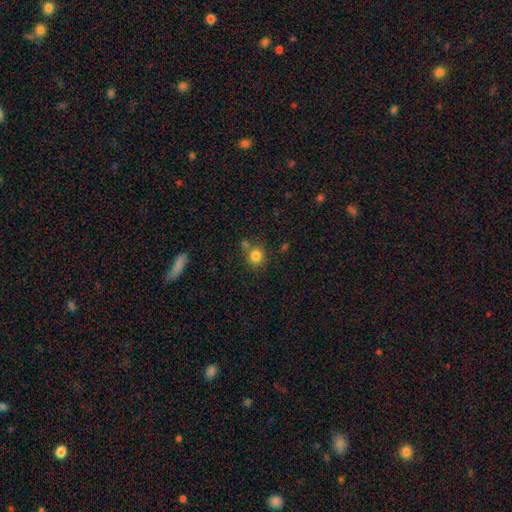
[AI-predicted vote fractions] This is clearly a smooth galaxy (83%). How rounded: clearly round (81%). Merging: likely none (68%).